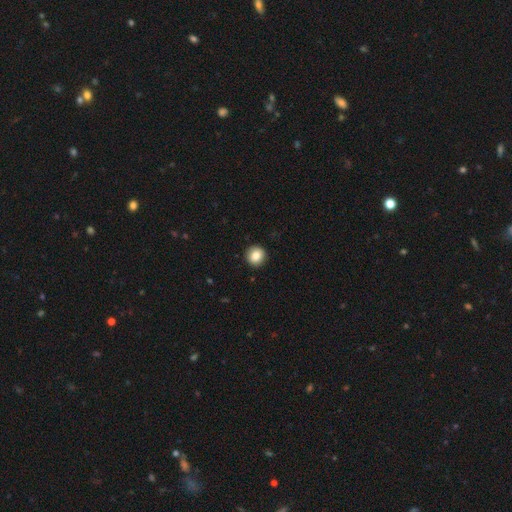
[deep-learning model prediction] Smooth or featured? smooth (84%)
How rounded? round (94%)
Merging? none (93%)